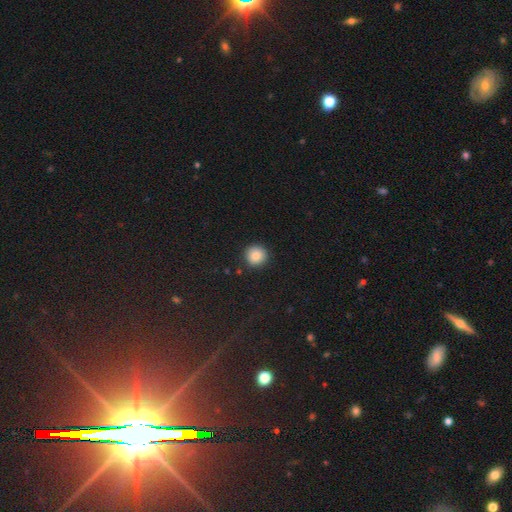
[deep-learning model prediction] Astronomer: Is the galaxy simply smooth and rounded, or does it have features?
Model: smooth — 85%.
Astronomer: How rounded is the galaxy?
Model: round — 94%.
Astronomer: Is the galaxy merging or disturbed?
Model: none — 91%.